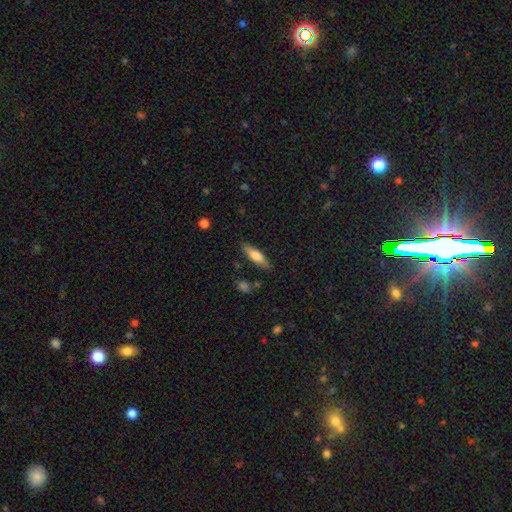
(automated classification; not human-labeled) Smooth or featured?
  - smooth: 65% *
  - featured or disk: 29%
  - star or artifact: 6%
How rounded?
  - cigar-shaped: 59% *
  - in between: 39%
  - round: 2%
Merging?
  - none: 84% *
  - minor disturbance: 11%
  - major disturbance: 3%
  - merger: 2%